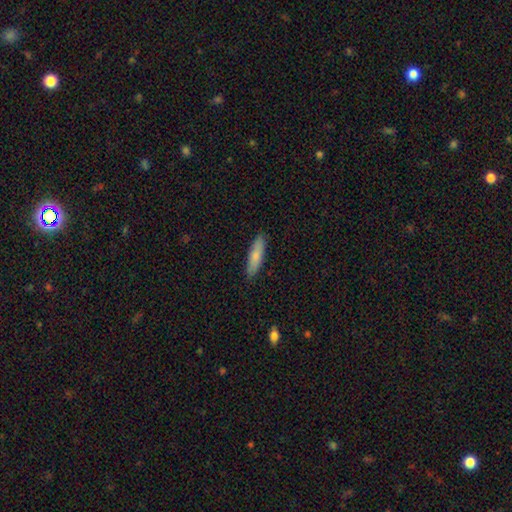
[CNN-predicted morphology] This appears to be a smooth galaxy with no disk features (78%) that is cigar-shaped (69%). Merging: none (88%).